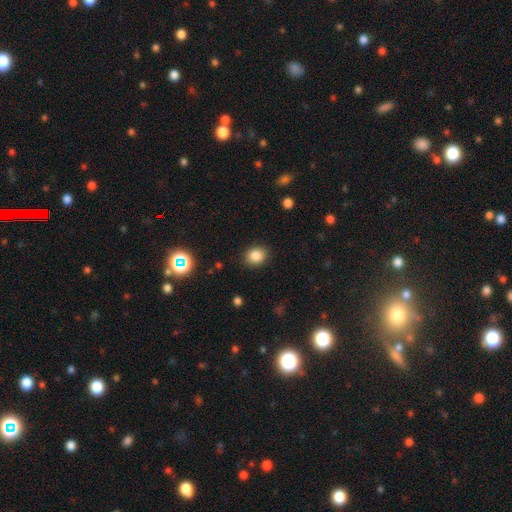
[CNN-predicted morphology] Smooth or featured? smooth (84%)
How rounded? round (54%)
Merging? none (88%)